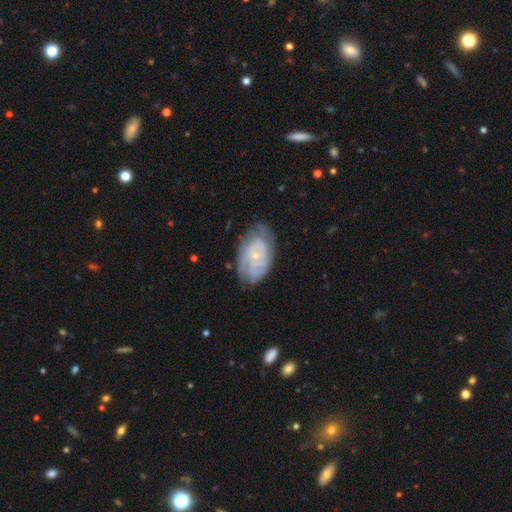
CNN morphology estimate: Smooth or featured?
  - featured or disk: 72% *
  - smooth: 21%
  - star or artifact: 6%
Edge-on disk?
  - no: 96% *
  - yes: 4%
Bar?
  - no: 78% *
  - weak: 19%
  - strong: 3%
Spiral arms?
  - yes: 85% *
  - no: 15%
Spiral winding?
  - tight: 70% *
  - medium: 23%
  - loose: 7%
Spiral arm count?
  - can't tell: 54% *
  - 2: 18%
  - 3: 11%
  - 4: 8%
  - more than 4: 5%
  - 1: 4%
Bulge size?
  - small: 79% *
  - moderate: 16%
  - none: 4%
  - large: 1%
  - dominant: 1%
Merging?
  - none: 66% *
  - minor disturbance: 24%
  - major disturbance: 8%
  - merger: 2%